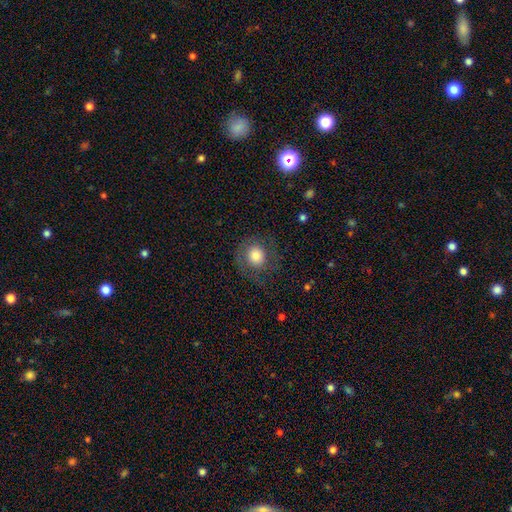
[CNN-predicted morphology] smooth_or_featured: smooth (p=0.67) [alt: featured or disk p=0.24]
how_rounded: round (p=0.86) [alt: in between p=0.13]
merging: none (p=0.71) [alt: minor disturbance p=0.15]